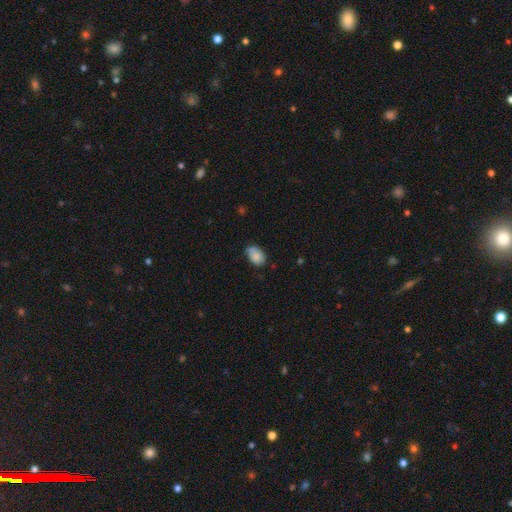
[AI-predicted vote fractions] Smooth or featured?
  - smooth: 79% *
  - featured or disk: 13%
  - star or artifact: 8%
How rounded?
  - in between: 81% *
  - round: 18%
  - cigar-shaped: 1%
Merging?
  - none: 51% *
  - minor disturbance: 35%
  - major disturbance: 9%
  - merger: 5%